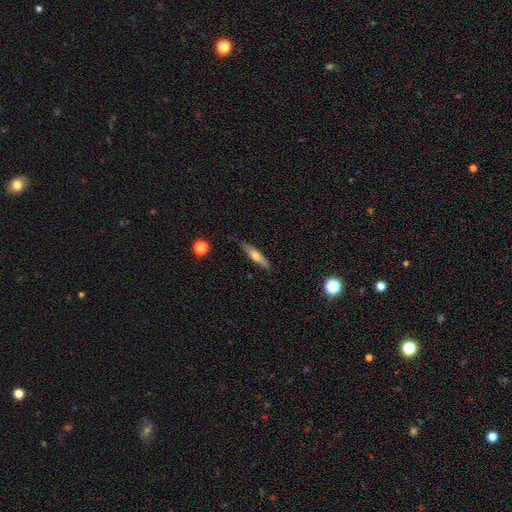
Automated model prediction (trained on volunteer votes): Q: Smooth or featured?
A: smooth (54%); runner-up: featured or disk (39%)
Q: How rounded?
A: cigar-shaped (82%); runner-up: in between (16%)
Q: Merging?
A: none (81%); runner-up: minor disturbance (15%)